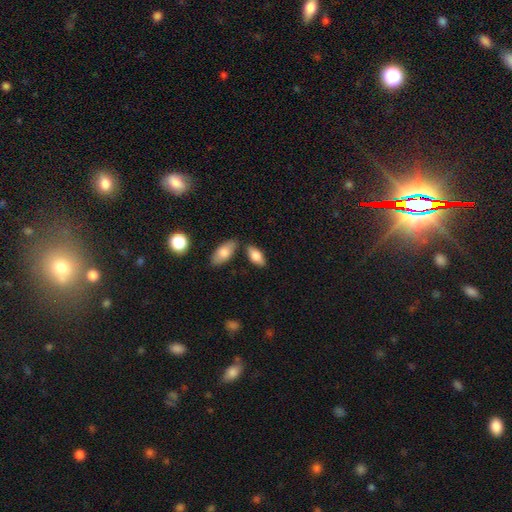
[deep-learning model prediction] smooth-or-featured: smooth: 79% | featured or disk: 15% | star or artifact: 6%
  how-rounded: in between: 88% | cigar-shaped: 9% | round: 3%
  merging: none: 72% | minor disturbance: 13% | merger: 12% | major disturbance: 3%